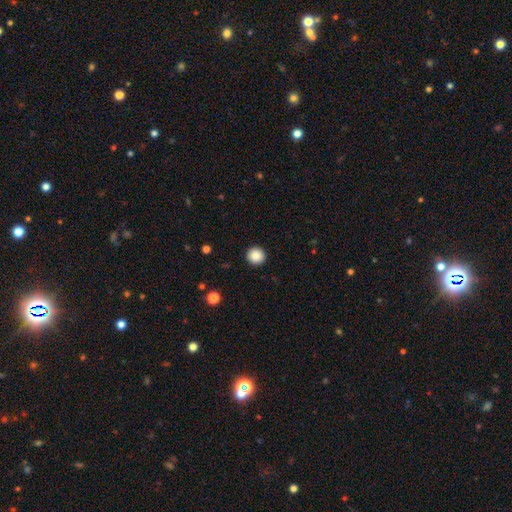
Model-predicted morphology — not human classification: Smooth or featured?
  - smooth: 87% *
  - star or artifact: 9%
  - featured or disk: 4%
How rounded?
  - round: 94% *
  - in between: 5%
  - cigar-shaped: 1%
Merging?
  - none: 93% *
  - minor disturbance: 4%
  - major disturbance: 2%
  - merger: 1%